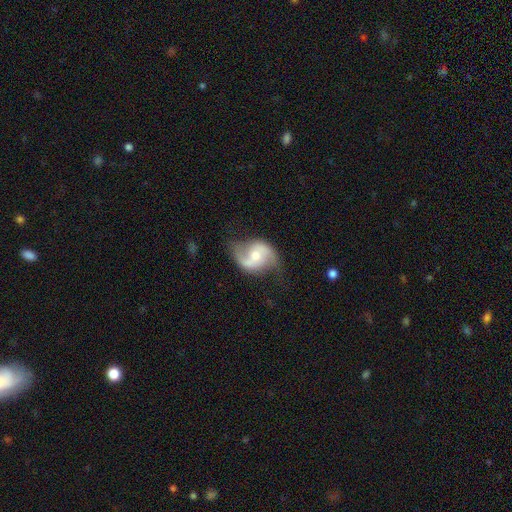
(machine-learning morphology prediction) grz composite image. It shows a featured or disk galaxy (82%) with no bar (46%), 2 (90%) loose (52%) spiral arms (94%) and a moderate central bulge (58%). Merging: none (67%).